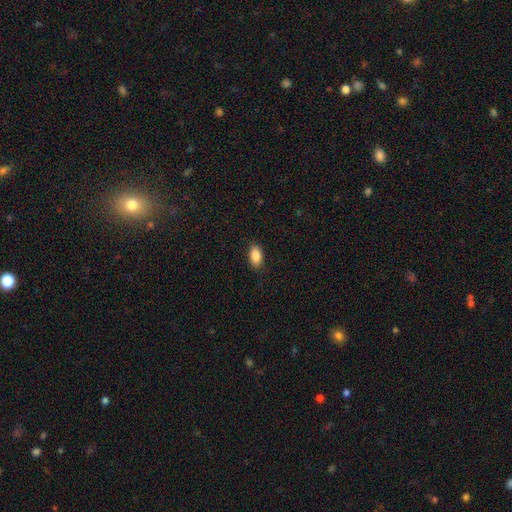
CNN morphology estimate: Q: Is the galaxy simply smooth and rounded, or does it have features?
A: smooth — 88%.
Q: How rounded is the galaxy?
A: in between — 92%.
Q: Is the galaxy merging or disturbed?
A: none — 87%.